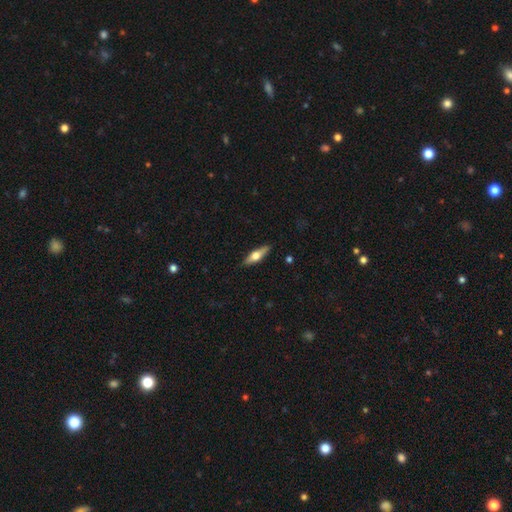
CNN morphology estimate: This is possibly a smooth galaxy (47%, tied with featured or disk). Merging: clearly none (88%).